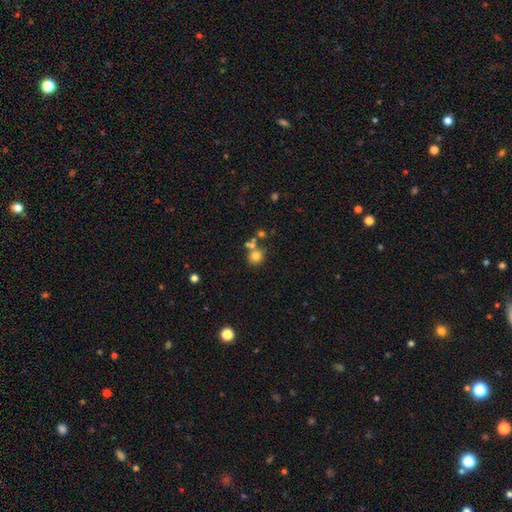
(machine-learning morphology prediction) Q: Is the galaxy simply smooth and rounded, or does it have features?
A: smooth — 76%.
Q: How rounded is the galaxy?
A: round — 86%.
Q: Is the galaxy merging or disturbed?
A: none — 59%.